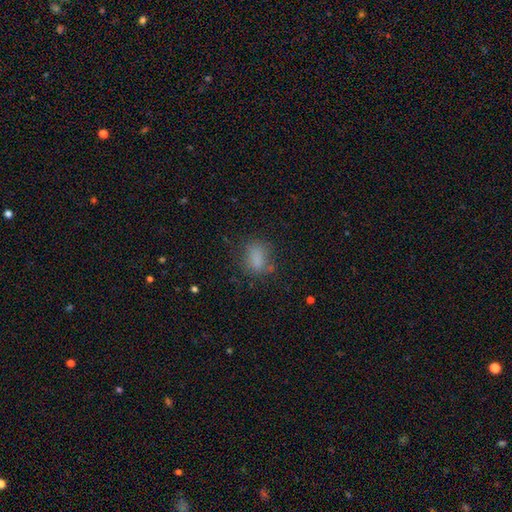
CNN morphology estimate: A smooth galaxy with no disk features (78%) that is in between round and cigar-shaped (73%). Merging: none (67%).